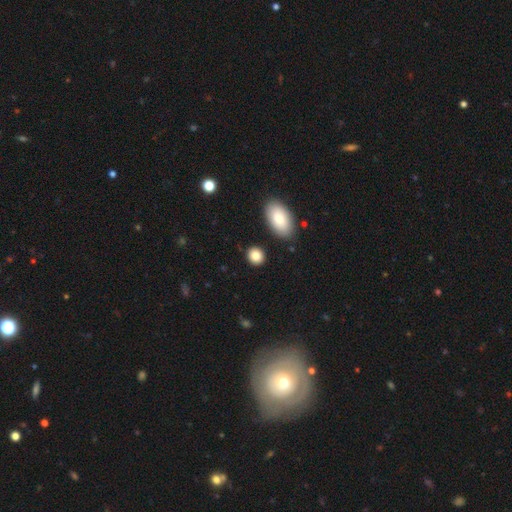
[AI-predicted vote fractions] Smooth or featured?
  - smooth: 85% *
  - star or artifact: 9%
  - featured or disk: 6%
How rounded?
  - round: 65% *
  - in between: 33%
  - cigar-shaped: 2%
Merging?
  - none: 86% *
  - minor disturbance: 8%
  - merger: 3%
  - major disturbance: 2%